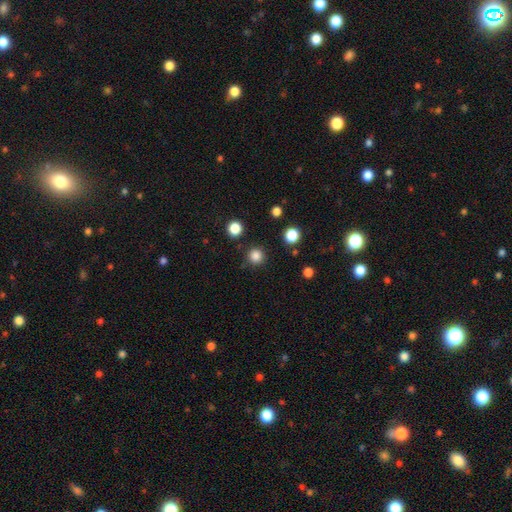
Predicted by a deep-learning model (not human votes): Q: Smooth or featured?
A: smooth (84%); runner-up: star or artifact (13%)
Q: How rounded?
A: round (95%); runner-up: in between (4%)
Q: Merging?
A: none (90%); runner-up: minor disturbance (5%)